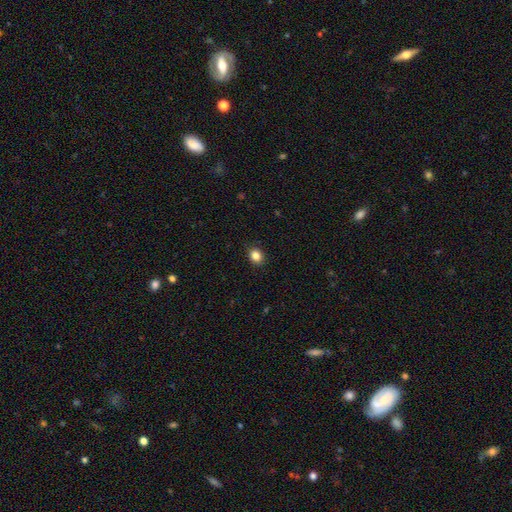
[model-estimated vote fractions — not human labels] smooth-or-featured: smooth: 85% | star or artifact: 10% | featured or disk: 5%
  how-rounded: round: 54% | in between: 45% | cigar-shaped: 1%
  merging: none: 89% | minor disturbance: 8% | major disturbance: 2% | merger: 1%